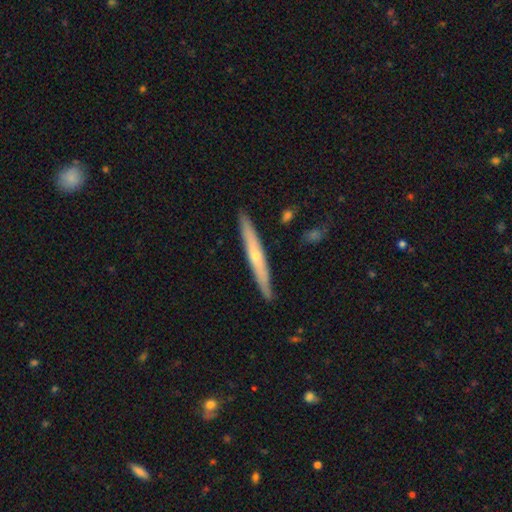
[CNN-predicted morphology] Smooth or featured?
  - featured or disk: 58% *
  - smooth: 36%
  - star or artifact: 6%
Edge-on disk?
  - yes: 93% *
  - no: 7%
Edge-on bulge?
  - rounded: 66% *
  - none: 32%
  - boxy: 2%
Merging?
  - none: 89% *
  - minor disturbance: 8%
  - merger: 2%
  - major disturbance: 1%